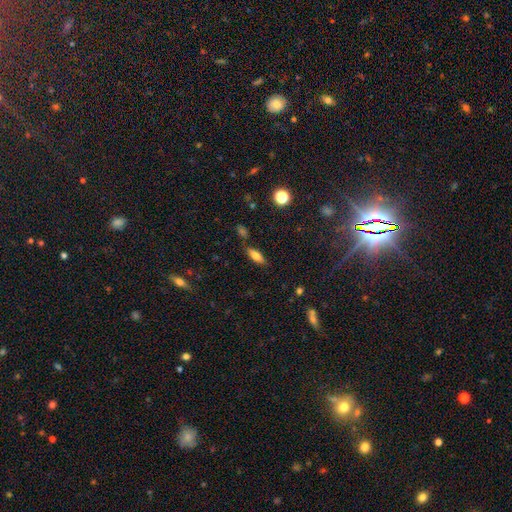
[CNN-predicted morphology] Smooth or featured: smooth — 68% (featured or disk — 21%)
How rounded: in between — 61% (cigar-shaped — 36%)
Merging: none — 80% (minor disturbance — 12%)